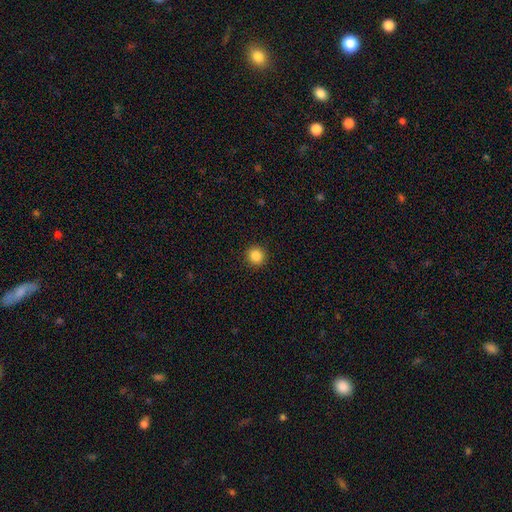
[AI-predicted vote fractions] The model was most divided on "smooth or featured": smooth: 86%, star or artifact: 11%, featured or disk: 4%. More confident: how rounded — round (94%); merging — none (92%).